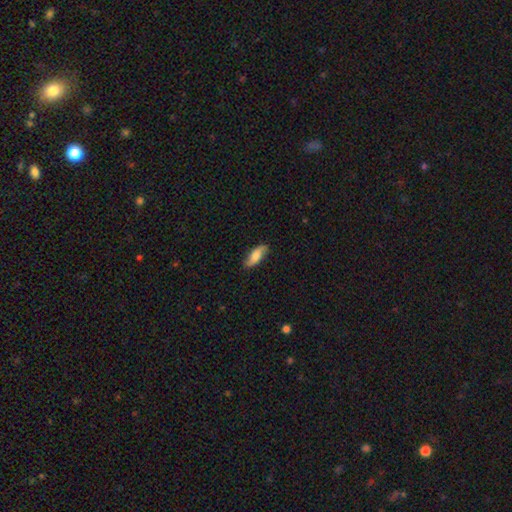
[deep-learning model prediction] smooth-or-featured: smooth: 55% | featured or disk: 38% | star or artifact: 7%
  how-rounded: in between: 69% | cigar-shaped: 27% | round: 3%
  merging: none: 82% | minor disturbance: 14% | major disturbance: 3% | merger: 1%